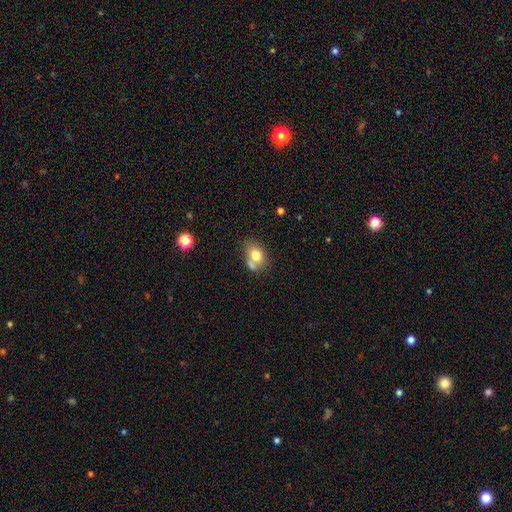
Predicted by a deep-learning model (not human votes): smooth 75%, featured or disk 16%, star or artifact 9%. Down the decision tree: how rounded — in between (68%); merging — none (41%).